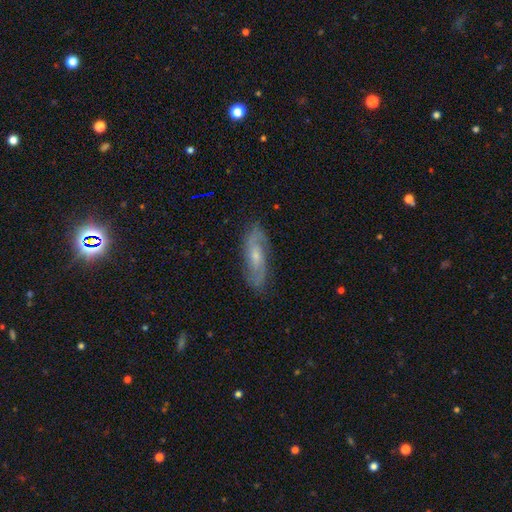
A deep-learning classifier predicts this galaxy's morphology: Smooth or featured: featured or disk — 72% (smooth — 20%)
Edge-on disk: no — 85% (yes — 15%)
Bar: no — 56% (weak — 37%)
Spiral arms: yes — 92% (no — 8%)
Spiral winding: medium — 45% (tight — 30%)
Spiral arm count: 2 — 77% (can't tell — 14%)
Bulge size: small — 54% (moderate — 39%)
Merging: none — 82% (minor disturbance — 13%)